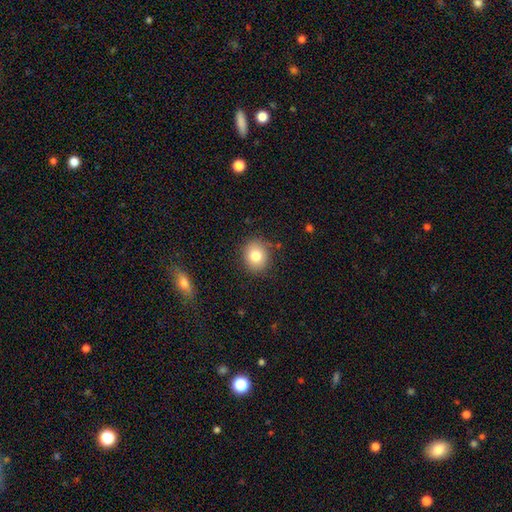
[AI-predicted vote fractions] This is likely a smooth galaxy (80%). How rounded: likely round (73%). Merging: clearly none (86%).